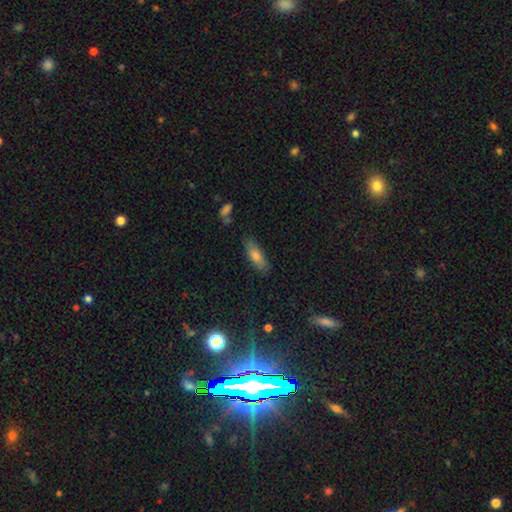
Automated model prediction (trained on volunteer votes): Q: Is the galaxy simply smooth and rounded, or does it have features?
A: smooth — 70%.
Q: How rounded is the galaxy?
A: in between — 56%.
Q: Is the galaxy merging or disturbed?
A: none — 81%.